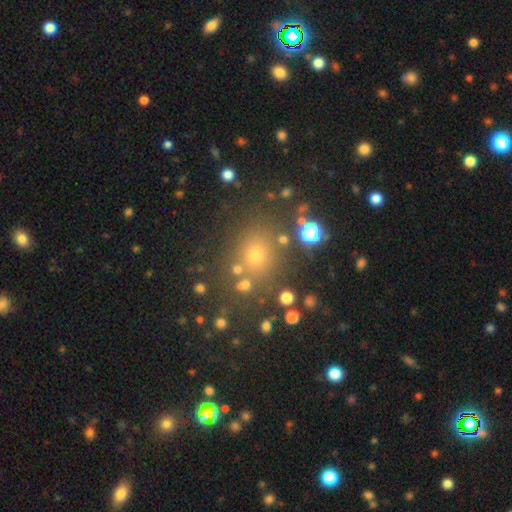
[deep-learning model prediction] Smooth or featured? smooth (65%)
How rounded? round (78%)
Merging? none (78%)